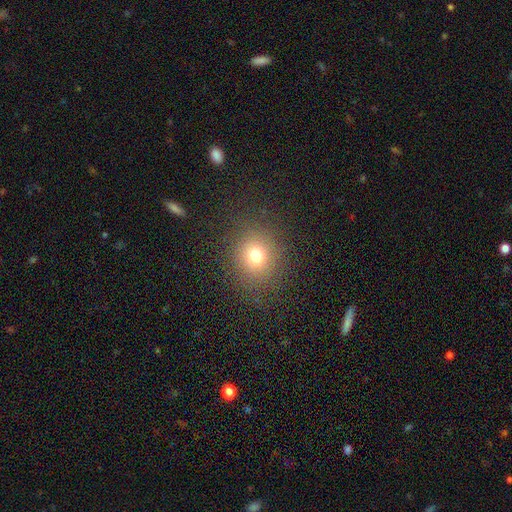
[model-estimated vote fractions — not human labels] A smooth galaxy with no disk features (75%) that is round (78%). Merging: none (86%).